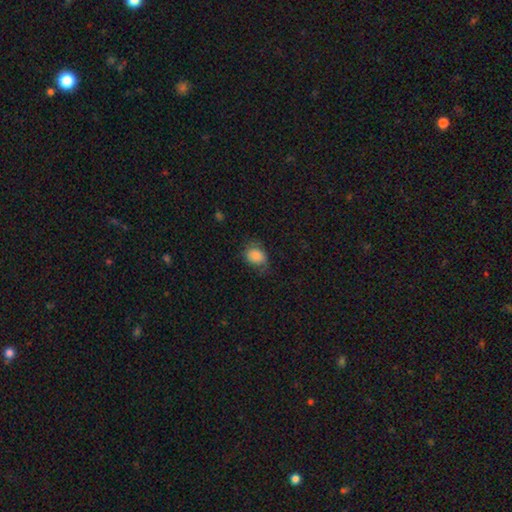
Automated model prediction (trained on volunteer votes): Overall: smooth (80%). How rounded: in between (58%; round 41%). Merging: none (52%; minor disturbance 30%).